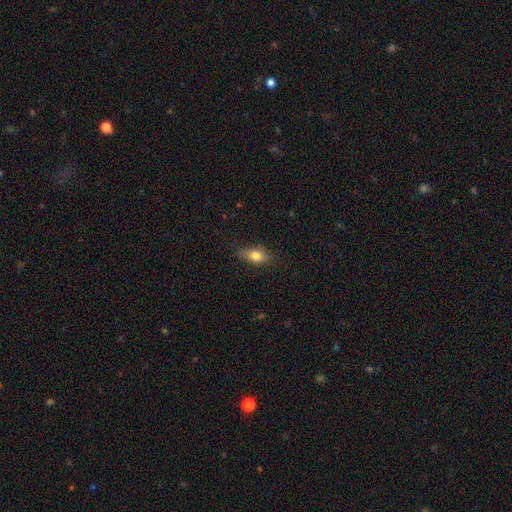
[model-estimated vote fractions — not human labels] Overall: smooth (74%). How rounded: in between (78%). Merging: none (81%).